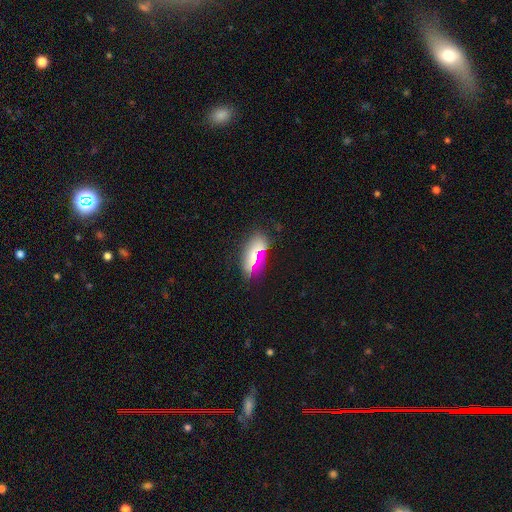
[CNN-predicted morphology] type=smooth (55%); roundness=in between (75%); merging=none (71%).